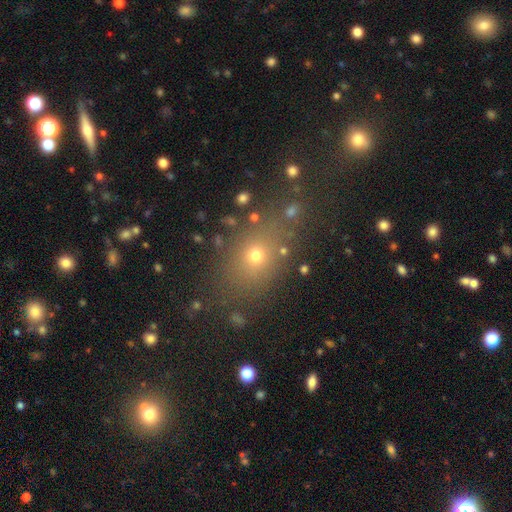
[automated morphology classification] The model was most divided on "how rounded": in between: 52%, round: 45%, cigar-shaped: 3%. More confident: merging — none (75%); smooth or featured — smooth (62%).